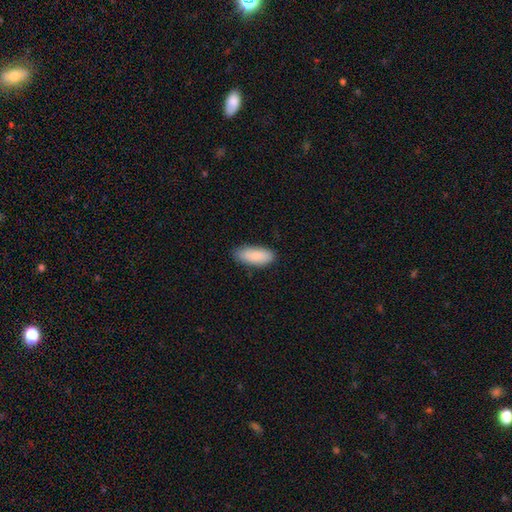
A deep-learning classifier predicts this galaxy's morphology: smooth_or_featured: smooth (p=0.87) [alt: featured or disk p=0.08]
how_rounded: in between (p=0.83) [alt: cigar-shaped p=0.15]
merging: none (p=0.82) [alt: minor disturbance p=0.15]